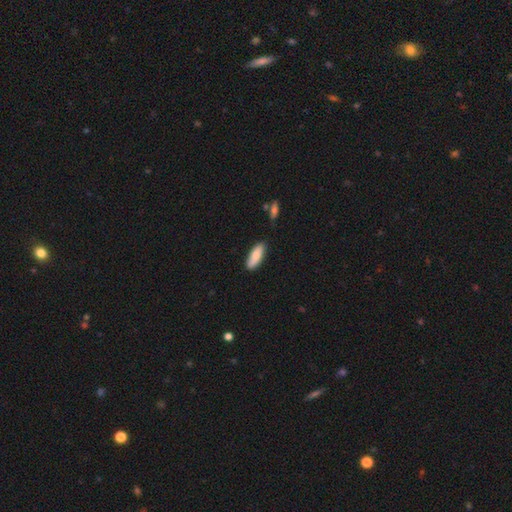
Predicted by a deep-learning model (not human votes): Smooth or featured: smooth — 81% (featured or disk — 13%)
How rounded: in between — 64% (cigar-shaped — 34%)
Merging: none — 81% (minor disturbance — 14%)